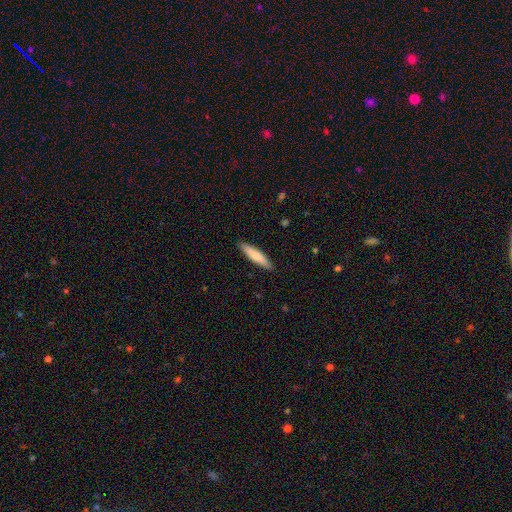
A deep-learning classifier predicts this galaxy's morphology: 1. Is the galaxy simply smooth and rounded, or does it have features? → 79% smooth, 16% featured or disk, 5% star or artifact.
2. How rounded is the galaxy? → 83% cigar-shaped, 16% in between, 1% round.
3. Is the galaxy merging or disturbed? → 89% none, 8% minor disturbance, 2% major disturbance, 1% merger.